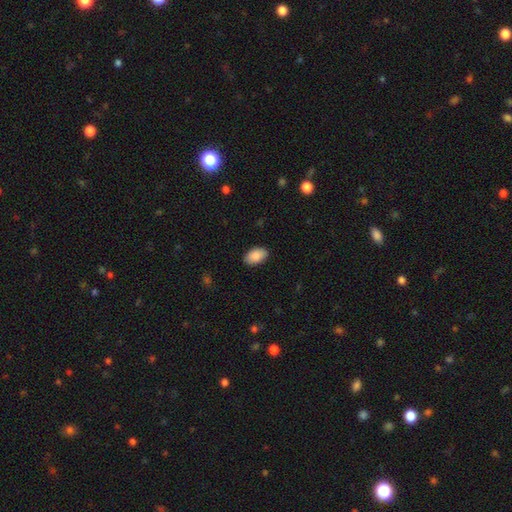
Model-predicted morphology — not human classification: Smooth or featured? Predicted: smooth (p=0.89). How rounded? Predicted: in between (p=0.94). Merging? Predicted: none (p=0.87).